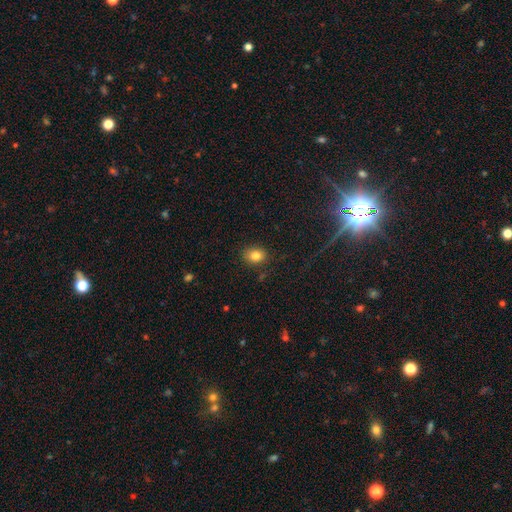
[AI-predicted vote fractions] Morphology: type=smooth (82%); roundness=in between (58%); merging=none (84%).